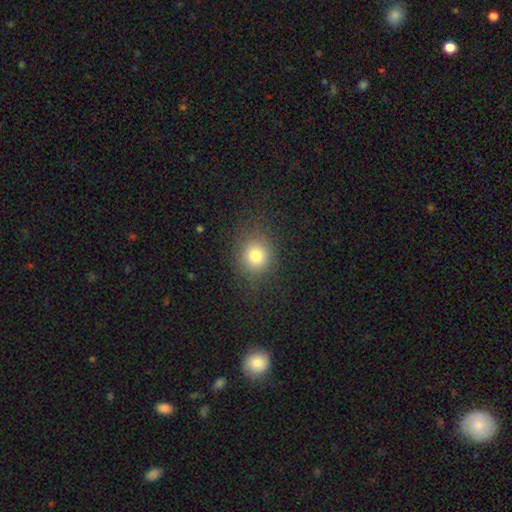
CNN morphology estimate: A smooth galaxy with no disk features (79%) that is round (81%). Merging: none (84%).